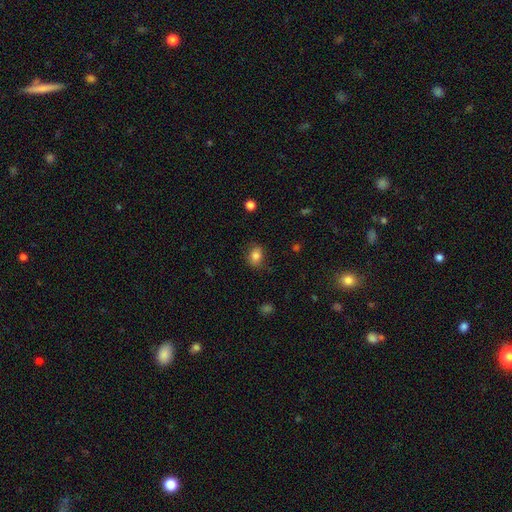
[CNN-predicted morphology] This appears to be a smooth galaxy with no disk features (82%) that is in between round and cigar-shaped (59%). Merging: none (80%).